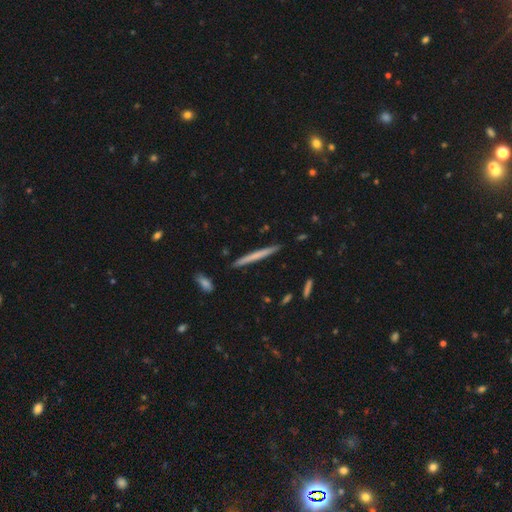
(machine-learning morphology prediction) A smooth galaxy with no disk features (57%) that is cigar-shaped (97%). Merging: none (91%).